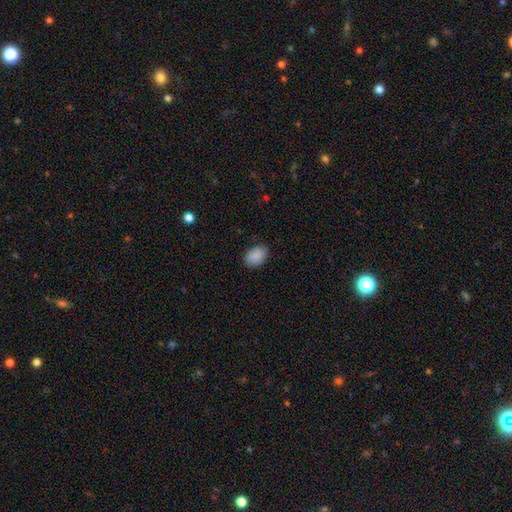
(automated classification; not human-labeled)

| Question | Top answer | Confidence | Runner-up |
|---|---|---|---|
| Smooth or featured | smooth | 89% | star or artifact (7%) |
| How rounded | in between | 80% | round (19%) |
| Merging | none | 85% | minor disturbance (12%) |